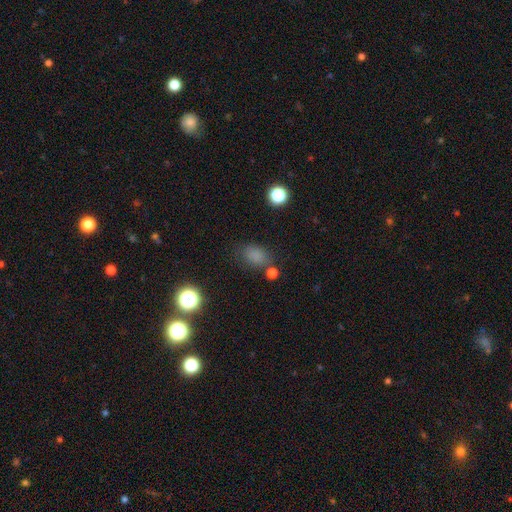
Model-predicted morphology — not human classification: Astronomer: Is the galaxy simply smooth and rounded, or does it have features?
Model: smooth — 77%.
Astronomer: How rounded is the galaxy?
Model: in between — 73%.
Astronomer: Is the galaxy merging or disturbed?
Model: none — 71%.